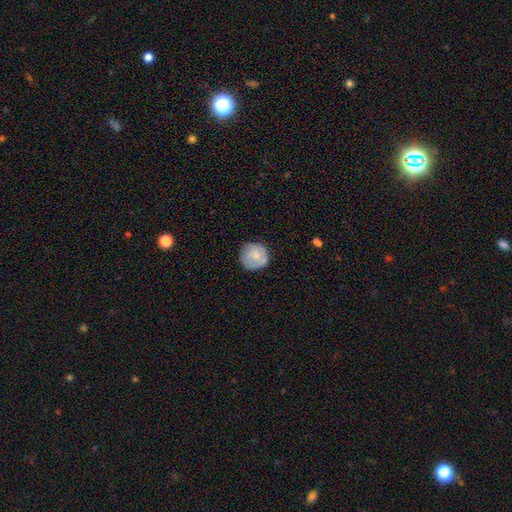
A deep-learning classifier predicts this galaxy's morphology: Smooth or featured: smooth — 71% (featured or disk — 22%)
How rounded: round — 93% (in between — 6%)
Merging: none — 80% (minor disturbance — 15%)